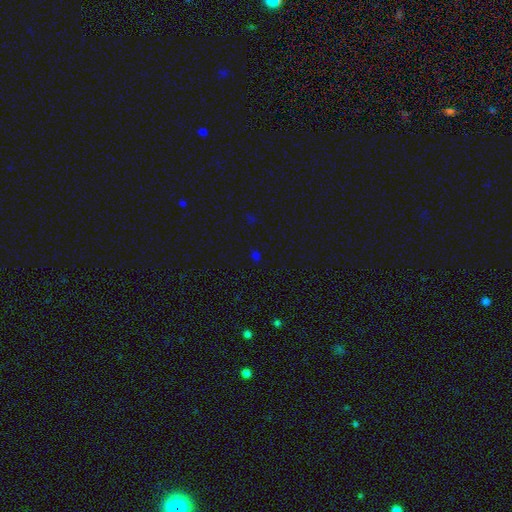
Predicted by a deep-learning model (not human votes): Morphology: type=star or artifact (49%).